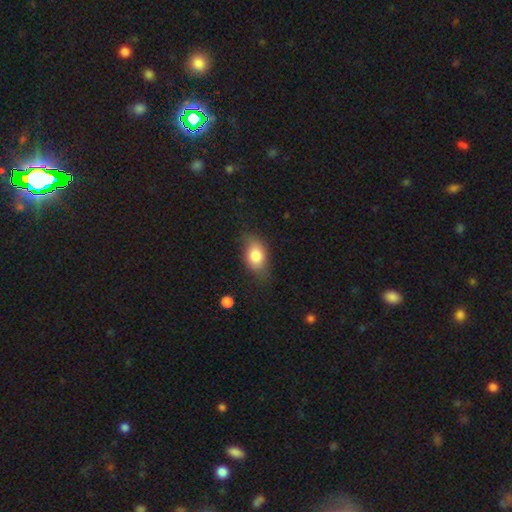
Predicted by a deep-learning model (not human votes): Morphology: type=smooth (80%); roundness=in between (84%); merging=none (64%).